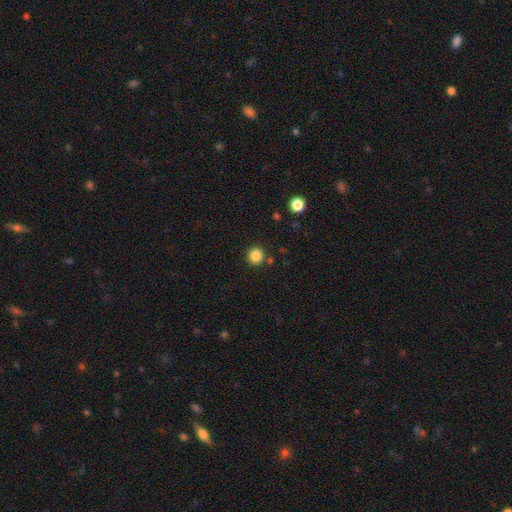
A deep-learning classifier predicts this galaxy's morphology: A smooth galaxy with no disk features (85%) that is round (88%).

Vote fractions:
- Smooth or featured? smooth: 85% / star or artifact: 11% / featured or disk: 4%
- How rounded? round: 88% / in between: 11% / cigar-shaped: 1%
- Merging? none: 87% / minor disturbance: 7% / merger: 4% / major disturbance: 2%